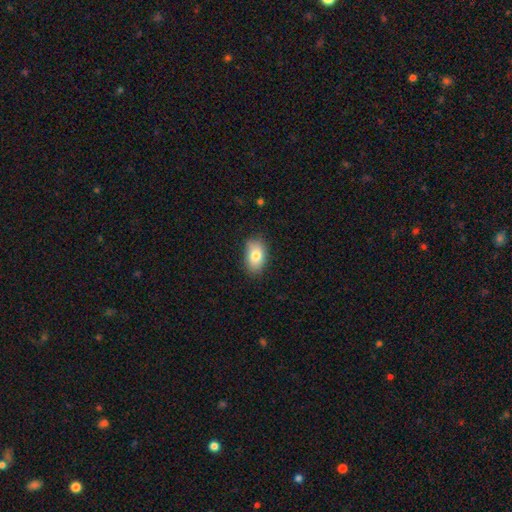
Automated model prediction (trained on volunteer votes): A smooth galaxy with no disk features (80%) that is in between round and cigar-shaped (89%). Merging: none (80%).